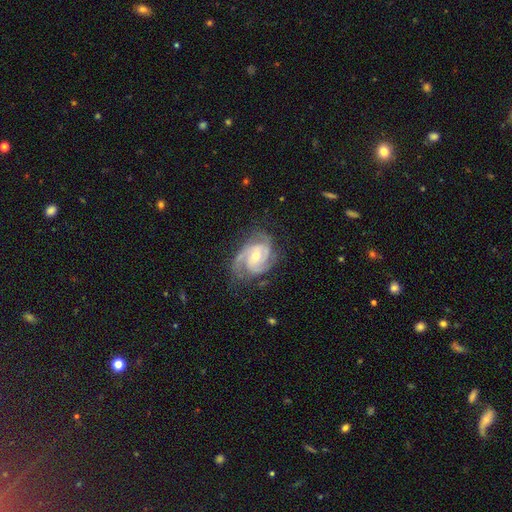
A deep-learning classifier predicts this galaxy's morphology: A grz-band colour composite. It shows a featured or disk galaxy (89%) with no bar (52%), 3 (40%) tight (46%) spiral arms (97%) and a moderate central bulge (53%). Merging: none (64%).